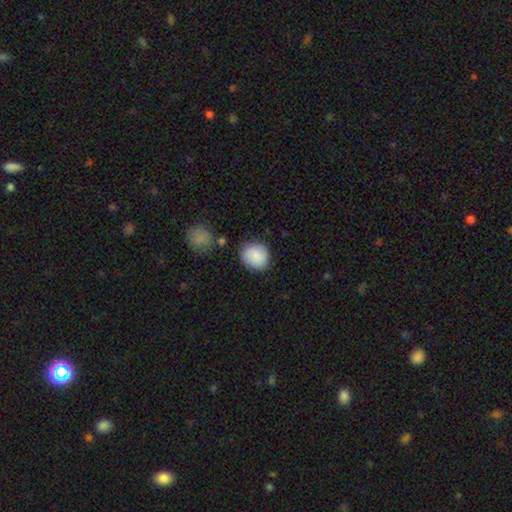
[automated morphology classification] The model was most divided on "how rounded": round: 79%, in between: 20%, cigar-shaped: 1%. More confident: smooth or featured — smooth (84%); merging — none (79%).